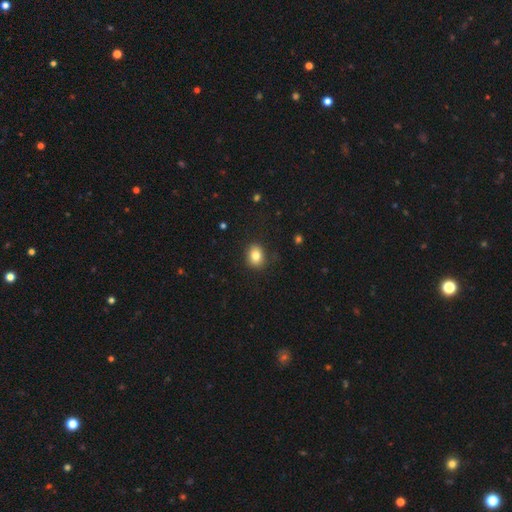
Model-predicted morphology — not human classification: Smooth or featured?
  - smooth: 82% *
  - star or artifact: 10%
  - featured or disk: 8%
How rounded?
  - in between: 53% *
  - round: 46%
  - cigar-shaped: 1%
Merging?
  - none: 86% *
  - minor disturbance: 10%
  - major disturbance: 3%
  - merger: 1%